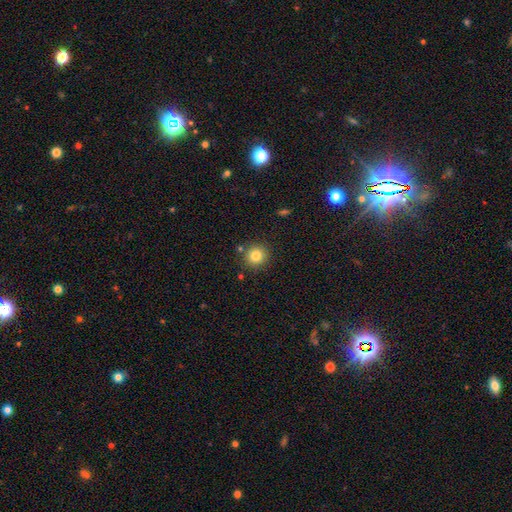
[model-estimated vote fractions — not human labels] smooth-or-featured: smooth: 83% | star or artifact: 11% | featured or disk: 6%
  how-rounded: round: 92% | in between: 7% | cigar-shaped: 1%
  merging: none: 85% | minor disturbance: 8% | merger: 4% | major disturbance: 2%